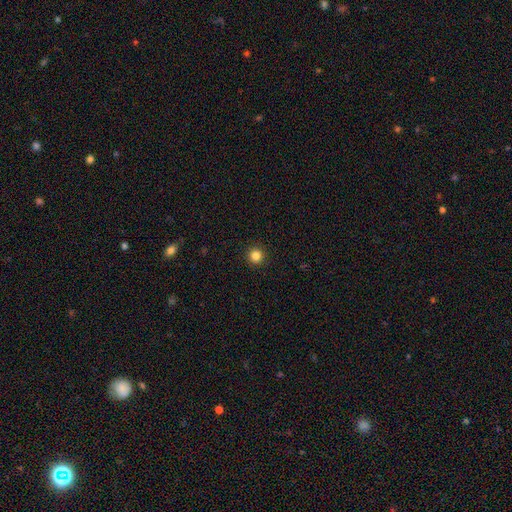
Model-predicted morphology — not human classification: smooth_or_featured: smooth (p=0.84) [alt: star or artifact p=0.12]
how_rounded: round (p=0.96) [alt: in between p=0.03]
merging: none (p=0.93) [alt: minor disturbance p=0.04]